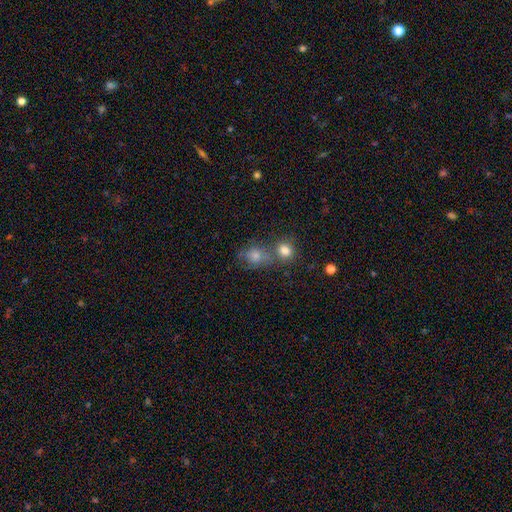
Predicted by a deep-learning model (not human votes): This appears to be a smooth galaxy with no disk features (74%) that is round (58%). Merging: none (39%, tied with merger).